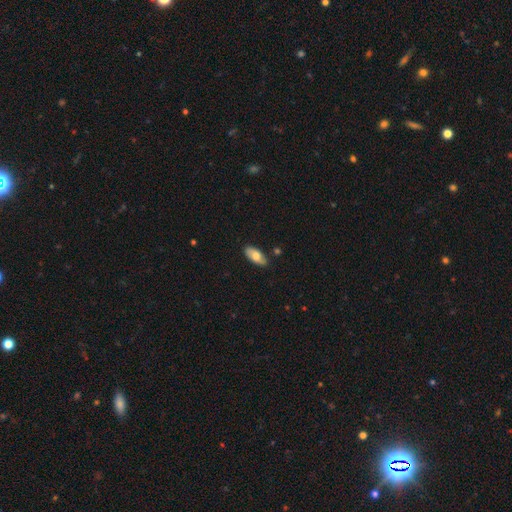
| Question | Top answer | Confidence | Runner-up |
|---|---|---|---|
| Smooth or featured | smooth | 55% | featured or disk (42%) |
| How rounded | in between | 86% | cigar-shaped (9%) |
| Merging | none | 95% | minor disturbance (5%) |